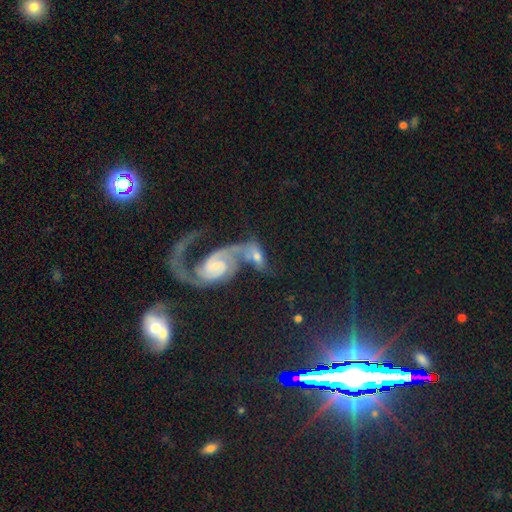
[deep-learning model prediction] Smooth or featured: featured or disk — 68% (smooth — 19%)
Edge-on disk: no — 94% (yes — 6%)
Bar: no — 53% (weak — 34%)
Spiral arms: yes — 92% (no — 8%)
Spiral winding: loose — 41% (medium — 39%)
Spiral arm count: 2 — 88% (1 — 4%)
Bulge size: small — 52% (moderate — 31%)
Merging: merger — 47% (none — 28%)